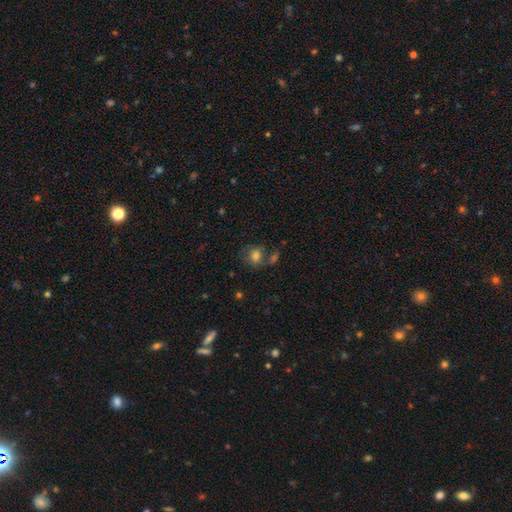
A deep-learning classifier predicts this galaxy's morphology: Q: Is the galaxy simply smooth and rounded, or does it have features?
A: smooth — 68%.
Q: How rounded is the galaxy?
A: round — 65%.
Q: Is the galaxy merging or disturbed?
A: none — 50%.